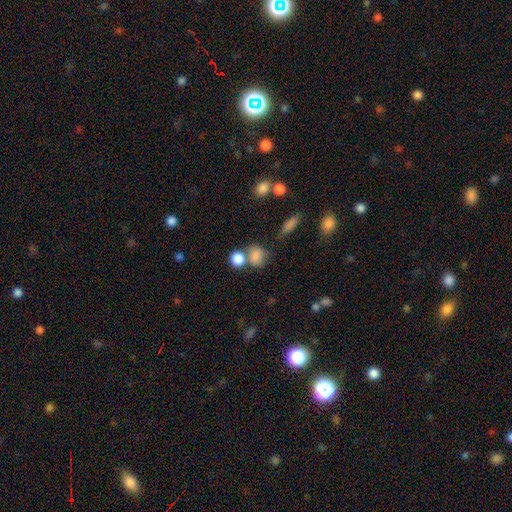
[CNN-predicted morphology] A smooth galaxy with no disk features (82%) that is round (66%).

Vote fractions:
- Smooth or featured? smooth: 82% / star or artifact: 11% / featured or disk: 7%
- How rounded? round: 66% / in between: 33% / cigar-shaped: 2%
- Merging? none: 45% / merger: 38% / minor disturbance: 12% / major disturbance: 6%